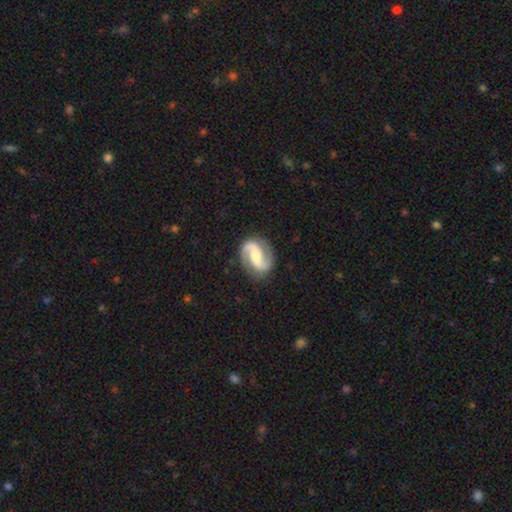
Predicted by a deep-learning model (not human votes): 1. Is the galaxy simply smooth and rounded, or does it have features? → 90% featured or disk, 6% smooth, 4% star or artifact.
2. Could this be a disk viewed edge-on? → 98% no, 2% yes.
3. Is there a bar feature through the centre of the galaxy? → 38% weak, 37% no, 25% strong.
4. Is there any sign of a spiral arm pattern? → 98% yes, 2% no.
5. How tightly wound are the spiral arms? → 54% medium, 26% loose, 20% tight.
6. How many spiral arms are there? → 94% 2, 2% can't tell, 1% 1, 1% 3, 1% 4, 1% more than 4.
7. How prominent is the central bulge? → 52% moderate, 31% small, 9% large, 6% none, 2% dominant.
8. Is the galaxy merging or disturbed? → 85% none, 10% minor disturbance, 3% major disturbance, 1% merger.